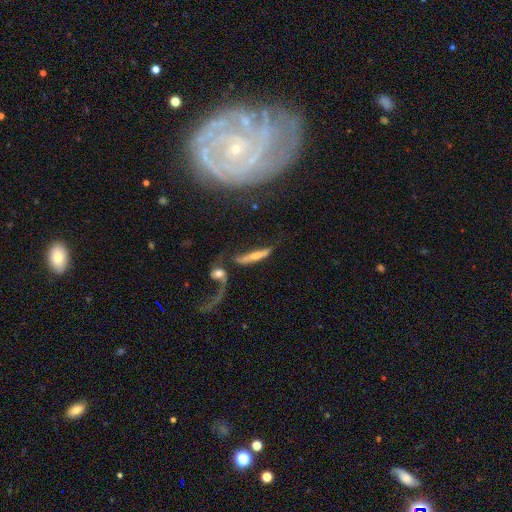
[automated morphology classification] smooth_or_featured: featured or disk (p=0.46) [alt: smooth p=0.45]
merging: none (p=0.34) [alt: merger p=0.29]